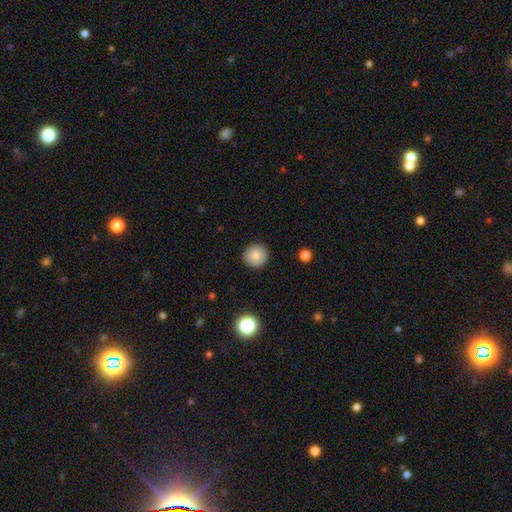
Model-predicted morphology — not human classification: A smooth galaxy with no disk features (80%) that is round (93%).

Vote fractions:
- Smooth or featured? smooth: 80% / featured or disk: 11% / star or artifact: 9%
- How rounded? round: 93% / in between: 6% / cigar-shaped: 1%
- Merging? none: 90% / minor disturbance: 7% / major disturbance: 2% / merger: 1%